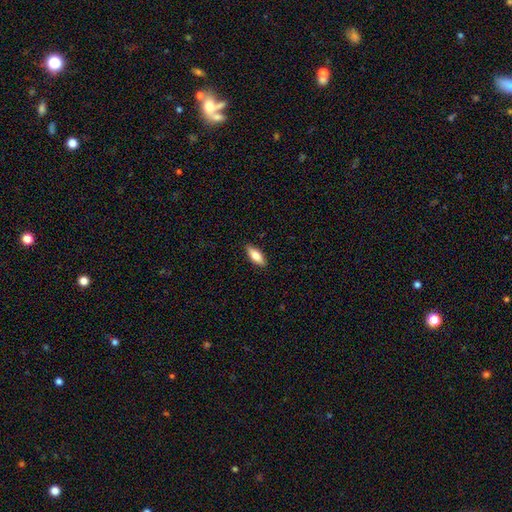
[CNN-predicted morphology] type=smooth (76%); roundness=in between (71%); merging=none (89%).